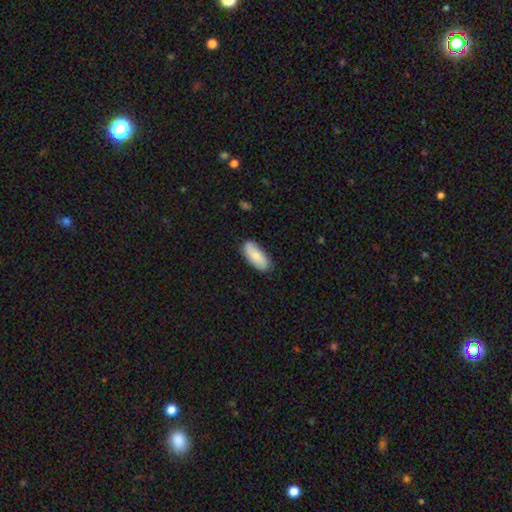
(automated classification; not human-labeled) Q: Smooth or featured?
A: smooth (77%); runner-up: featured or disk (17%)
Q: How rounded?
A: in between (83%); runner-up: cigar-shaped (15%)
Q: Merging?
A: none (79%); runner-up: minor disturbance (17%)